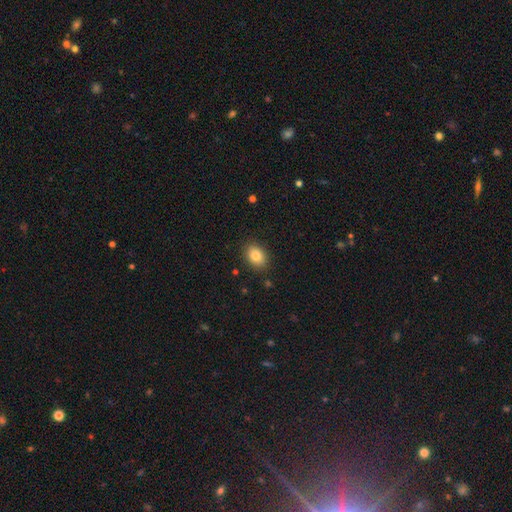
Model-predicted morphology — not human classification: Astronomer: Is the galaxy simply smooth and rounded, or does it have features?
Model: smooth — 83%.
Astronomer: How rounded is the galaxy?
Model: in between — 72%.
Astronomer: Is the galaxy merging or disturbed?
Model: none — 88%.